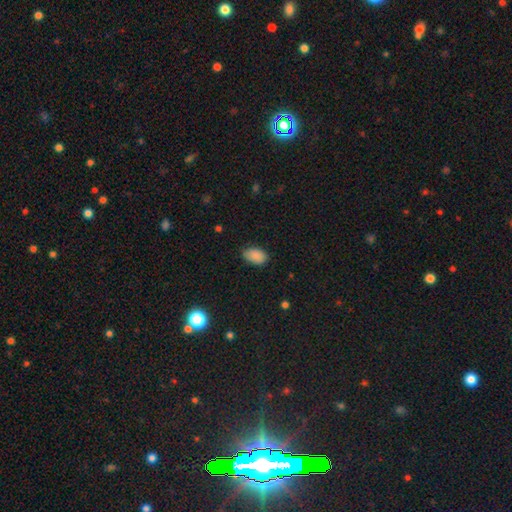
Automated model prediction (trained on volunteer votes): smooth_or_featured: smooth (p=0.88) [alt: star or artifact p=0.08]
how_rounded: in between (p=0.92) [alt: round p=0.07]
merging: none (p=0.82) [alt: minor disturbance p=0.14]